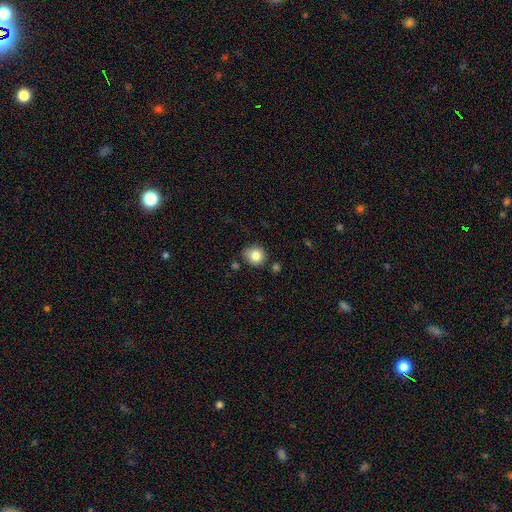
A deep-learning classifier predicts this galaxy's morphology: Smooth or featured: smooth — 83% (star or artifact — 10%)
How rounded: round — 87% (in between — 12%)
Merging: none — 80% (minor disturbance — 13%)